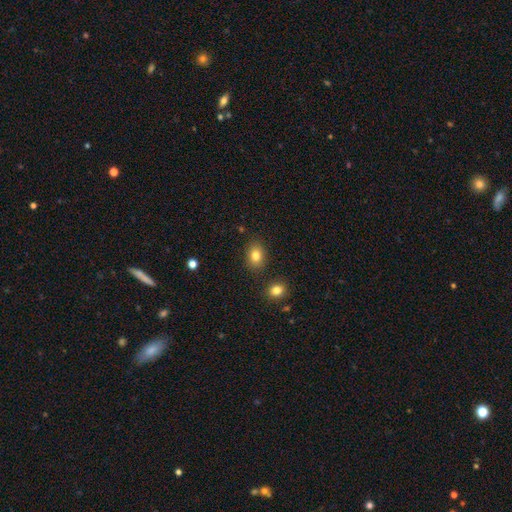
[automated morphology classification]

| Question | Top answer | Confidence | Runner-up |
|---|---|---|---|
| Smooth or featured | smooth | 82% | star or artifact (10%) |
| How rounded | in between | 65% | round (34%) |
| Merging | none | 85% | minor disturbance (9%) |